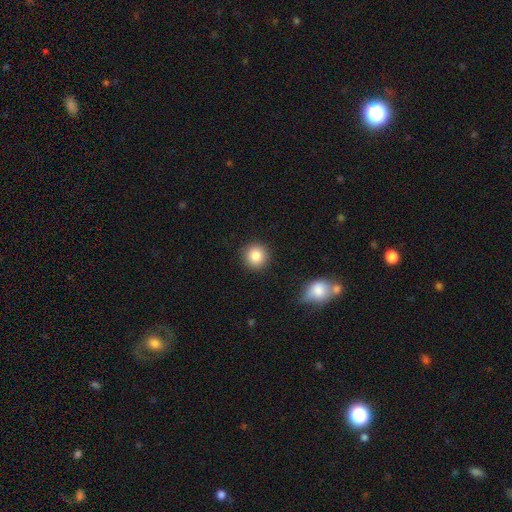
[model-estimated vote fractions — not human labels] Q: Smooth or featured?
A: smooth (85%); runner-up: star or artifact (9%)
Q: How rounded?
A: round (94%); runner-up: in between (5%)
Q: Merging?
A: none (90%); runner-up: minor disturbance (6%)